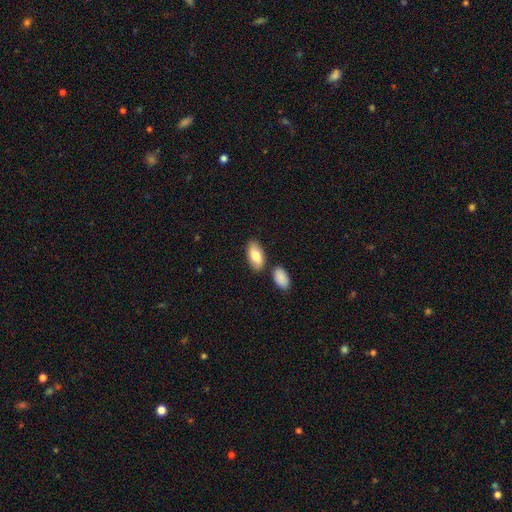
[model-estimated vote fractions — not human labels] Smooth or featured? smooth (83%)
How rounded? in between (93%)
Merging? none (78%)